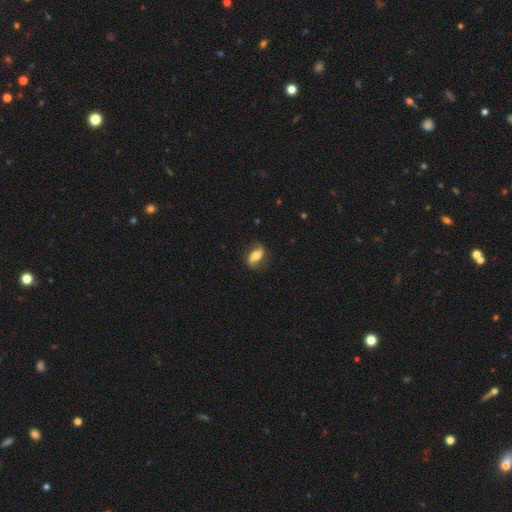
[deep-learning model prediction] smooth-or-featured: smooth: 49% | featured or disk: 44% | star or artifact: 8%
  merging: none: 76% | minor disturbance: 17% | major disturbance: 6% | merger: 1%